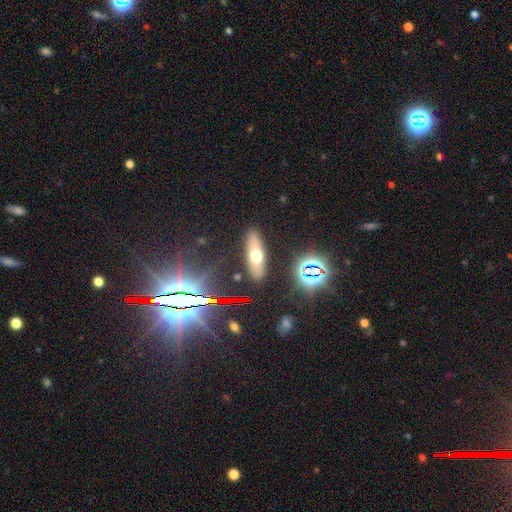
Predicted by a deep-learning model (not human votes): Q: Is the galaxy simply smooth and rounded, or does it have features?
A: smooth — 50%.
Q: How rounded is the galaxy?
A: in between — 49%.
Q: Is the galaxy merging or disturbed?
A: none — 86%.